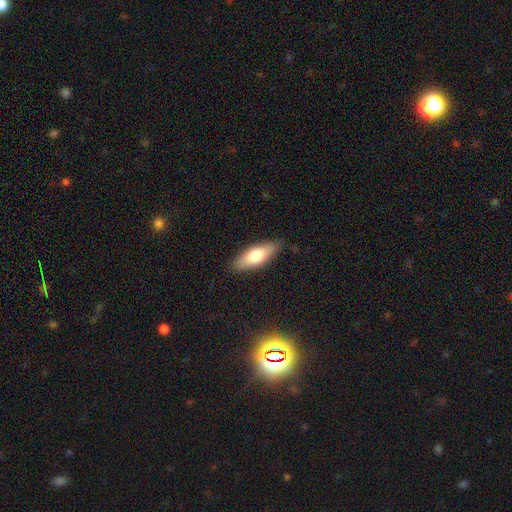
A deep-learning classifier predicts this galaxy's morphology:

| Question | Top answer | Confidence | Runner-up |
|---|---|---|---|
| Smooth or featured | smooth | 72% | featured or disk (22%) |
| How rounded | in between | 67% | cigar-shaped (31%) |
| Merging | none | 85% | minor disturbance (12%) |